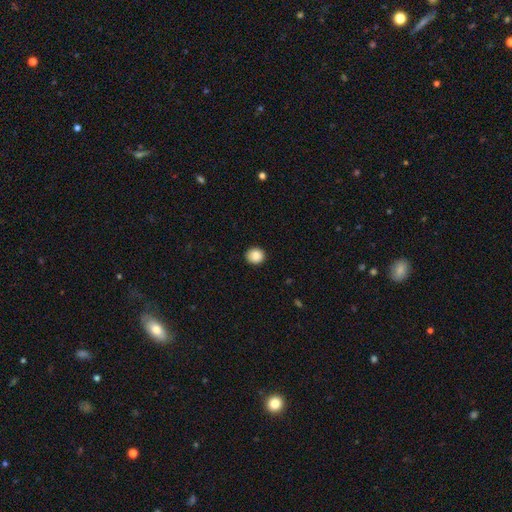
This appears to be a smooth galaxy with no disk features (95%) that is round (86%). Merging: none (95%).